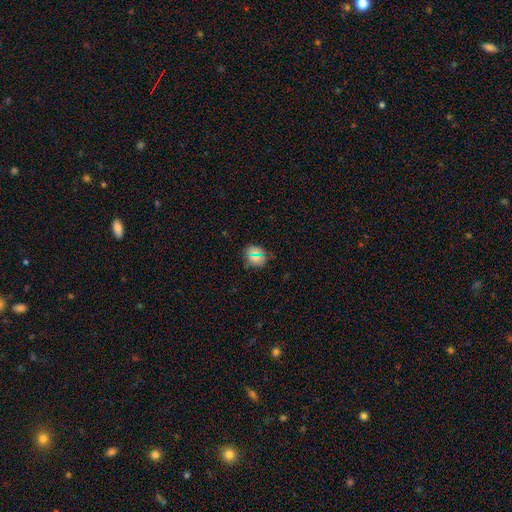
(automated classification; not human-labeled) smooth-or-featured: smooth: 69% | star or artifact: 22% | featured or disk: 9%
  how-rounded: round: 66% | in between: 32% | cigar-shaped: 2%
  merging: none: 85% | minor disturbance: 11% | major disturbance: 3% | merger: 2%